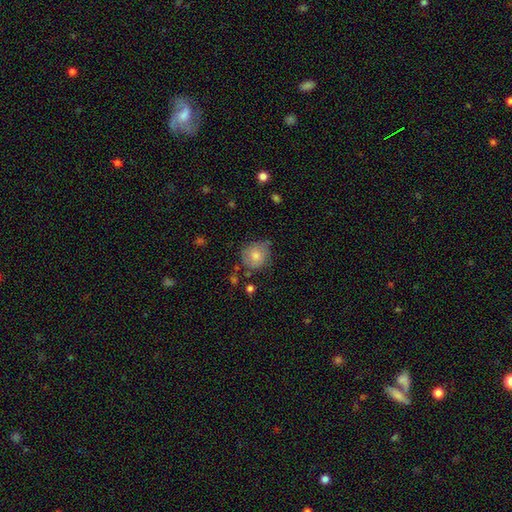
Smooth or featured: smooth — 60% (featured or disk — 38%)
How rounded: round — 71% (in between — 25%)
Merging: none — 51% (minor disturbance — 33%)